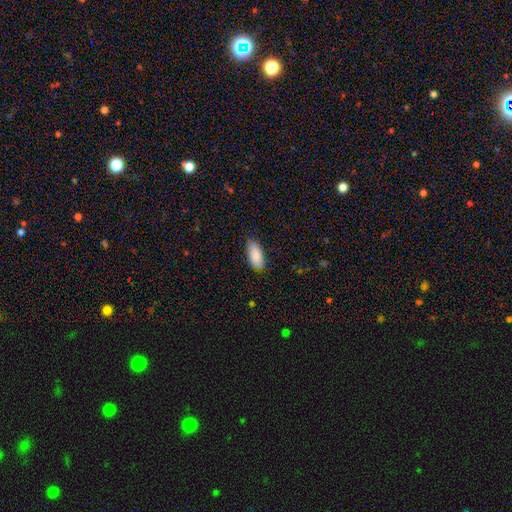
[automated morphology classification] This is clearly a smooth galaxy (88%). How rounded: clearly in between (90%). Merging: clearly none (83%).